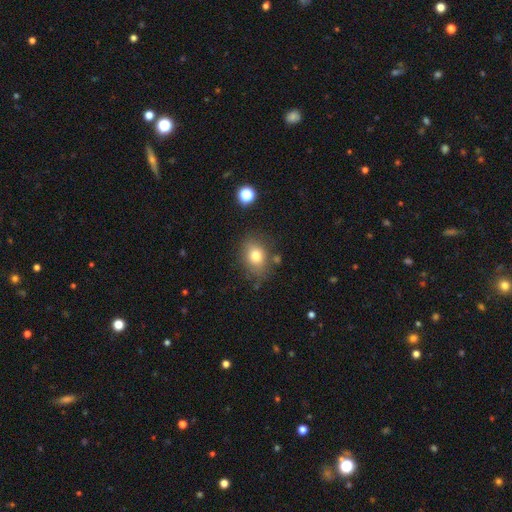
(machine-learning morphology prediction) type=smooth (77%); roundness=in between (57%); merging=none (75%).